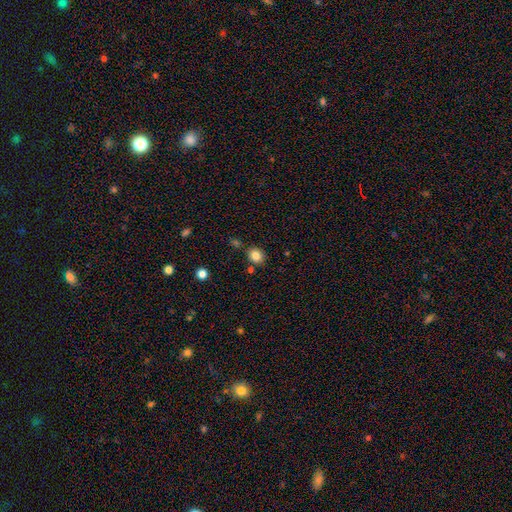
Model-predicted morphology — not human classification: Smooth or featured? smooth (84%)
How rounded? round (71%)
Merging? none (80%)